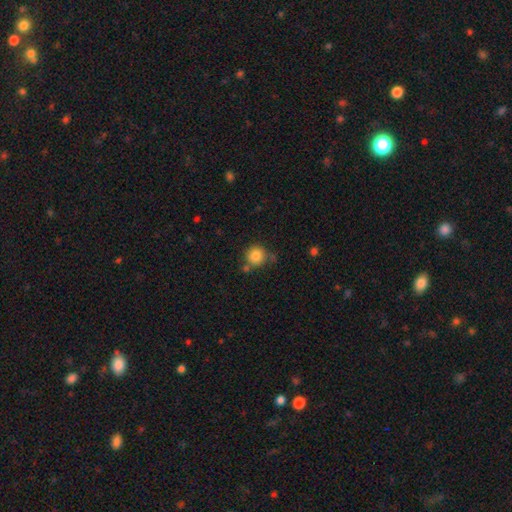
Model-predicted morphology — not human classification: Smooth or featured? smooth (84%)
How rounded? round (92%)
Merging? none (69%)